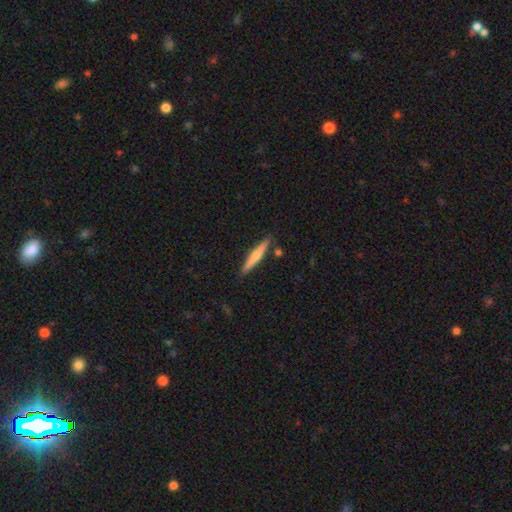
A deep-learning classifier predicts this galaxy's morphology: Q: Smooth or featured?
A: smooth (54%); runner-up: featured or disk (40%)
Q: How rounded?
A: cigar-shaped (93%); runner-up: in between (5%)
Q: Merging?
A: none (87%); runner-up: minor disturbance (9%)